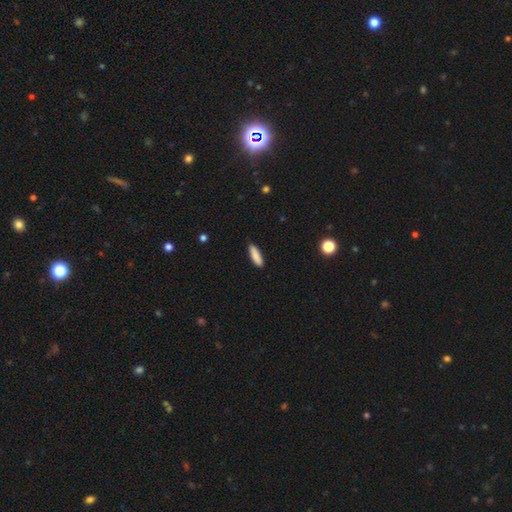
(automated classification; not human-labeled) A smooth galaxy with no disk features (87%) that is cigar-shaped (59%).

Vote fractions:
- Smooth or featured? smooth: 87% / star or artifact: 6% / featured or disk: 6%
- How rounded? cigar-shaped: 59% / in between: 39% / round: 2%
- Merging? none: 87% / minor disturbance: 10% / major disturbance: 2% / merger: 1%